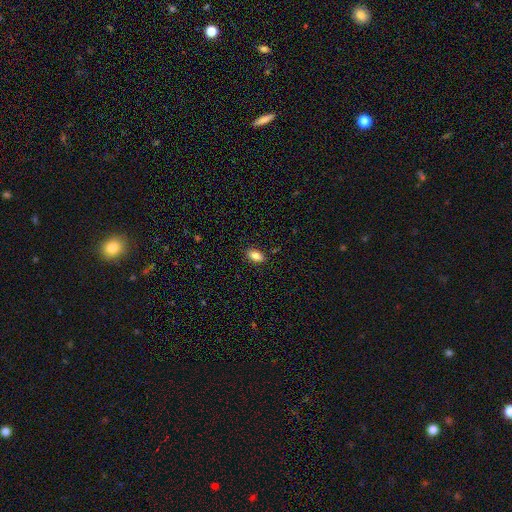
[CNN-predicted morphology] Q: Smooth or featured?
A: smooth (85%); runner-up: star or artifact (8%)
Q: How rounded?
A: in between (90%); runner-up: round (6%)
Q: Merging?
A: none (87%); runner-up: minor disturbance (10%)